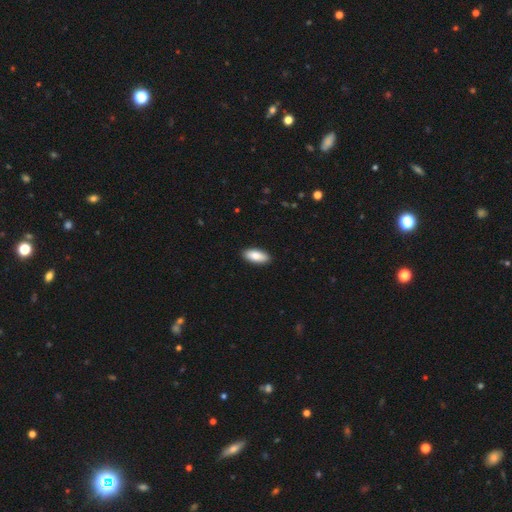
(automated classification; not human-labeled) The model was most divided on "how rounded": in between: 85%, cigar-shaped: 13%, round: 2%. More confident: merging — none (91%); smooth or featured — smooth (85%).